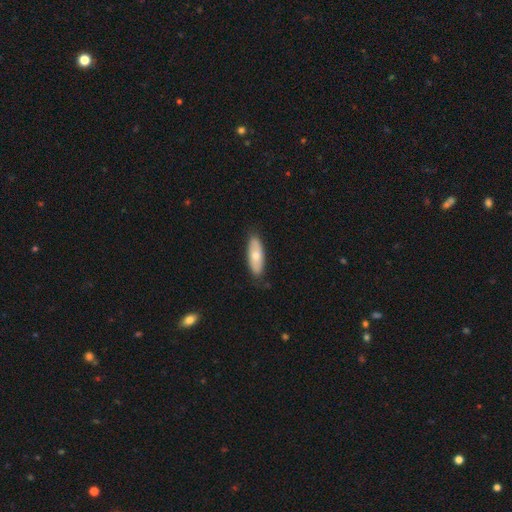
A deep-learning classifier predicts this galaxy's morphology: A smooth galaxy with no disk features (66%) that is in between round and cigar-shaped (70%).

Vote fractions:
- Smooth or featured? smooth: 66% / featured or disk: 29% / star or artifact: 5%
- How rounded? in between: 70% / cigar-shaped: 28% / round: 2%
- Merging? none: 83% / minor disturbance: 14% / major disturbance: 2% / merger: 1%